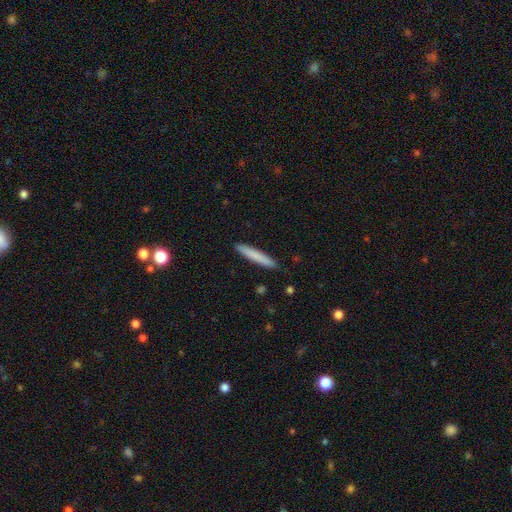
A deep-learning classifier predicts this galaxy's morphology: A smooth galaxy with no disk features (78%) that is cigar-shaped (95%).

Vote fractions:
- Smooth or featured? smooth: 78% / featured or disk: 16% / star or artifact: 6%
- How rounded? cigar-shaped: 95% / in between: 4% / round: 1%
- Merging? none: 91% / minor disturbance: 7% / major disturbance: 1% / merger: 1%